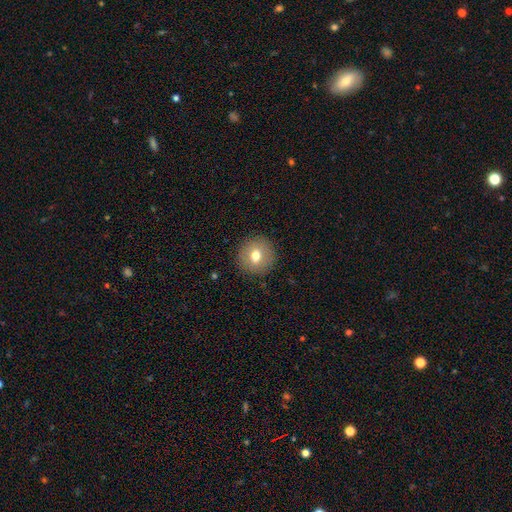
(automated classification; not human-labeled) smooth-or-featured: smooth: 71% | featured or disk: 20% | star or artifact: 10%
  how-rounded: round: 91% | in between: 8% | cigar-shaped: 1%
  merging: none: 90% | minor disturbance: 6% | major disturbance: 2% | merger: 1%